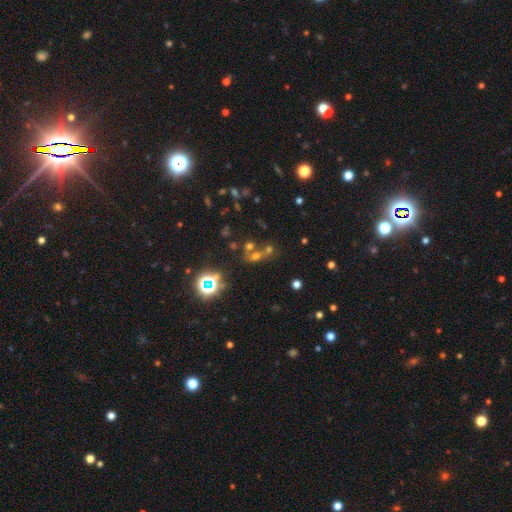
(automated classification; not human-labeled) This appears to be a star or artifact, not a galaxy (45%).